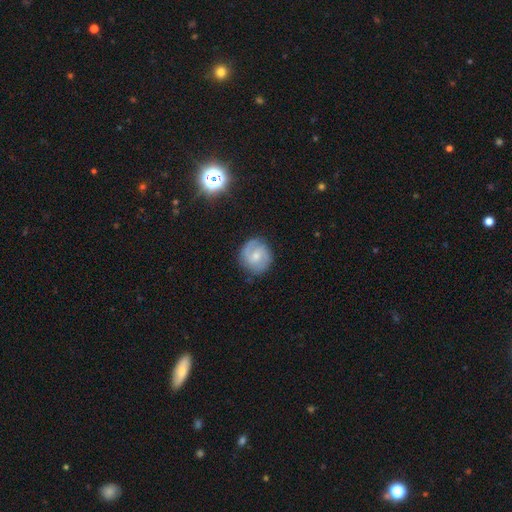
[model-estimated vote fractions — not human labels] A featured or disk galaxy (62%) with no bar (50%), 2 (67%) tight (46%) spiral arms (90%) and a moderate central bulge (46%, tied with small).

Vote fractions:
- Smooth or featured? featured or disk: 62% / smooth: 31% / star or artifact: 7%
- Edge-on disk? no: 98% / yes: 2%
- Bar? no: 50% / weak: 43% / strong: 7%
- Spiral arms? yes: 90% / no: 10%
- Spiral winding? tight: 46% / medium: 41% / loose: 13%
- Spiral arm count? 2: 67% / can't tell: 16% / 3: 7% / 1: 6% / 4: 2% / more than 4: 2%
- Bulge size? moderate: 46% (tied) / small: 46% (tied) / none: 4% / large: 3% / dominant: 1%
- Merging? none: 80% / minor disturbance: 15% / major disturbance: 4% / merger: 1%